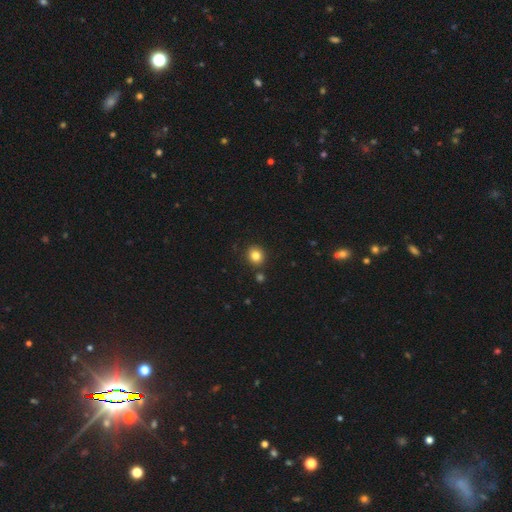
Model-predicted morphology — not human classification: This appears to be a smooth galaxy with no disk features (82%) that is round (85%). Merging: none (87%).